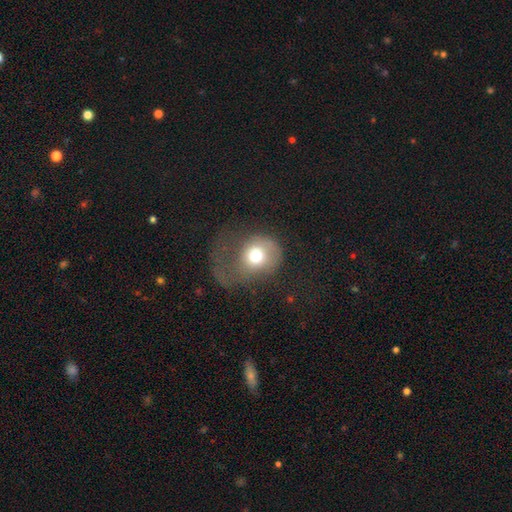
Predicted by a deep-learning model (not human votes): Smooth or featured? Predicted: smooth (p=0.66). How rounded? Predicted: round (p=0.72). Merging? Predicted: major disturbance (p=0.56).